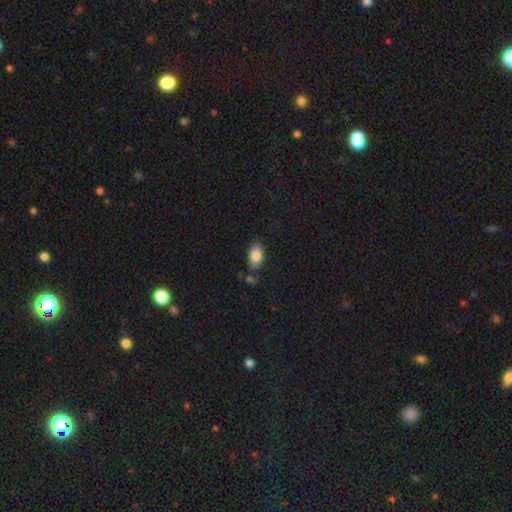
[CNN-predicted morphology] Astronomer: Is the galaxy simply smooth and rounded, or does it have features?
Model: smooth — 84%.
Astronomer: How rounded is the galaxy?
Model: in between — 92%.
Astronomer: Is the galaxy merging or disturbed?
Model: none — 75%.